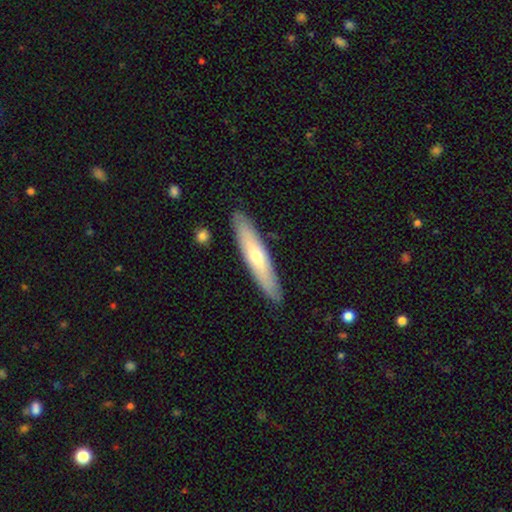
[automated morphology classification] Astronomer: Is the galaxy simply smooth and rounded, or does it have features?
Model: smooth — 47%, tied with featured or disk at 47%.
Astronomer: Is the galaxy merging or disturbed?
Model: none — 89%.